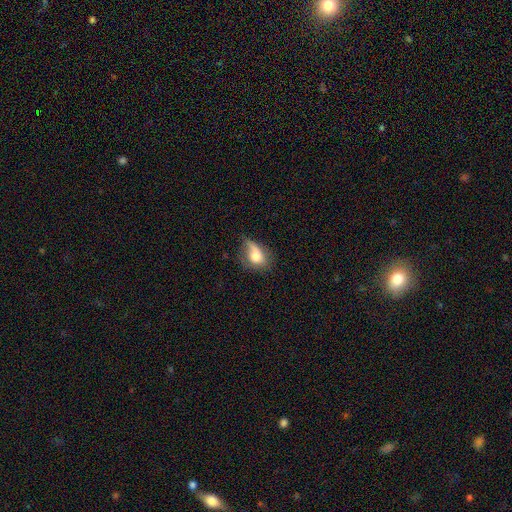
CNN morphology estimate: type=smooth (66%); roundness=in between (73%); merging=minor disturbance (33%).